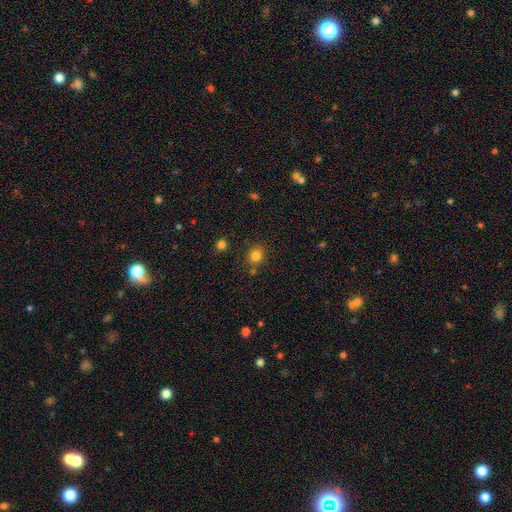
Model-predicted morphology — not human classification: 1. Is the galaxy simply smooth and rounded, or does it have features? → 81% smooth, 13% star or artifact, 6% featured or disk.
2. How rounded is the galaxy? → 74% round, 25% in between, 1% cigar-shaped.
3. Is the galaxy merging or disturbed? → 80% none, 10% minor disturbance, 7% merger, 3% major disturbance.